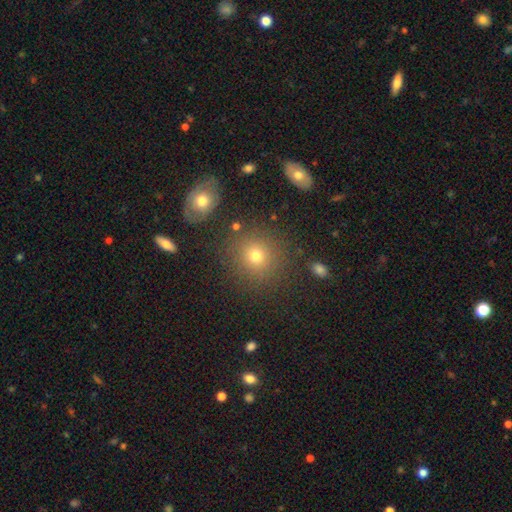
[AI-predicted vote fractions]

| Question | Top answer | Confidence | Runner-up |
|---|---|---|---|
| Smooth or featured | smooth | 71% | star or artifact (18%) |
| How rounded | round | 87% | in between (12%) |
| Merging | none | 83% | minor disturbance (9%) |